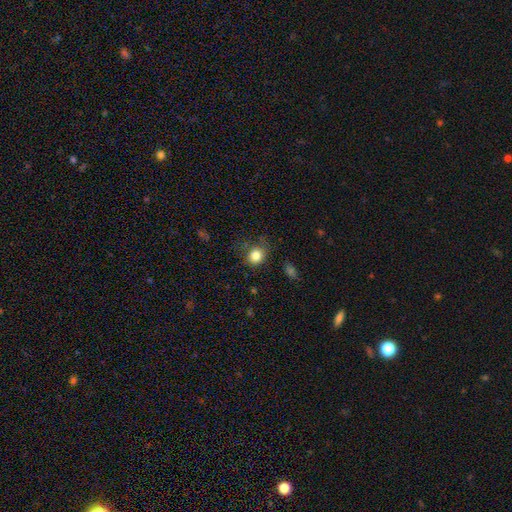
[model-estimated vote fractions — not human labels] A smooth galaxy with no disk features (83%) that is round (70%). Merging: none (66%).